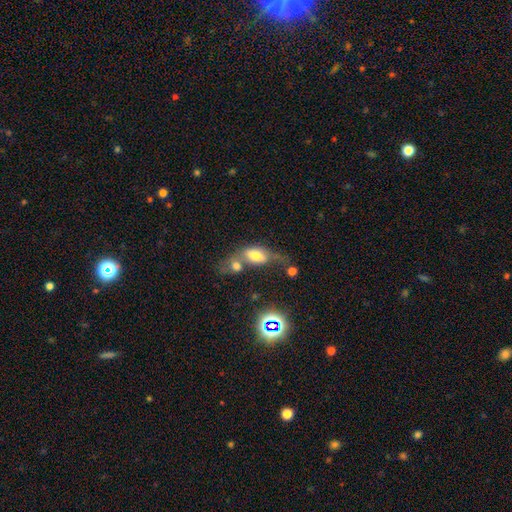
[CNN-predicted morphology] smooth 63%, featured or disk 25%, star or artifact 12%. Down the decision tree: how rounded — in between (83%); merging — merger (50%).